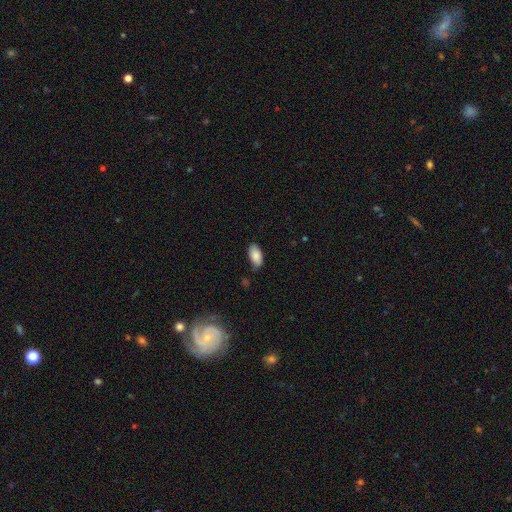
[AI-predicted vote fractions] A smooth galaxy with no disk features (85%) that is in between round and cigar-shaped (95%). Merging: none (68%).